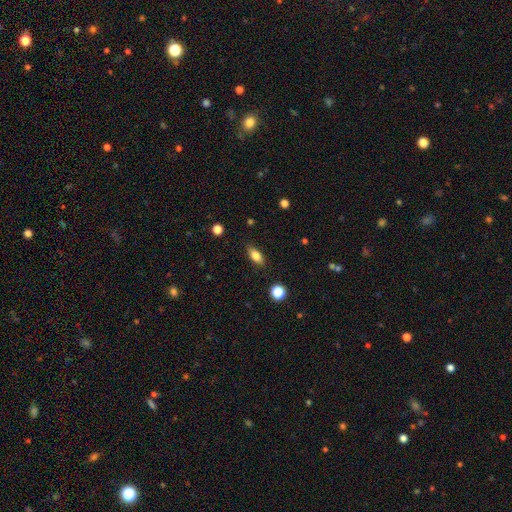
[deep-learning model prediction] Smooth or featured? Predicted: smooth (p=0.79). How rounded? Predicted: in between (p=0.82). Merging? Predicted: none (p=0.85).